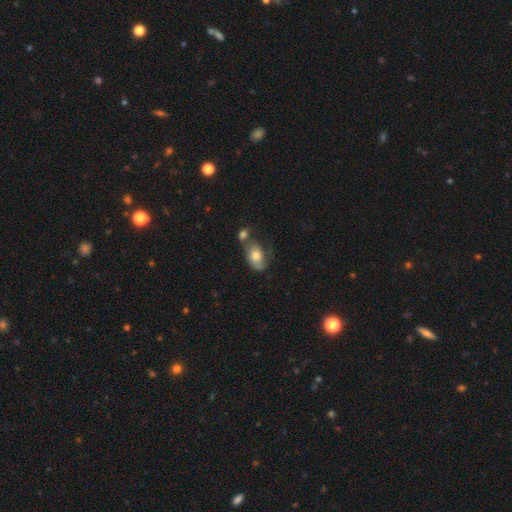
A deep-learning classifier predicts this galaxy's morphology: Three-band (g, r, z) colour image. It shows a smooth galaxy with no disk features (63%) that is in between round and cigar-shaped (87%). Merging: none (34%).